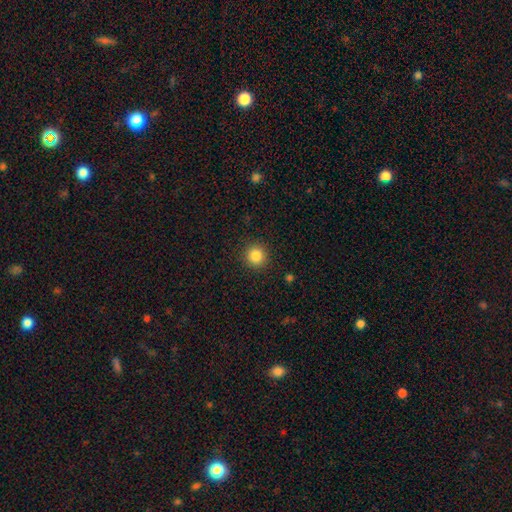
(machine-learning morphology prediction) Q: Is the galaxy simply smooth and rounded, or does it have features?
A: smooth — 85%.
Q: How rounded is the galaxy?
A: round — 93%.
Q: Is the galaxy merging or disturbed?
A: none — 91%.